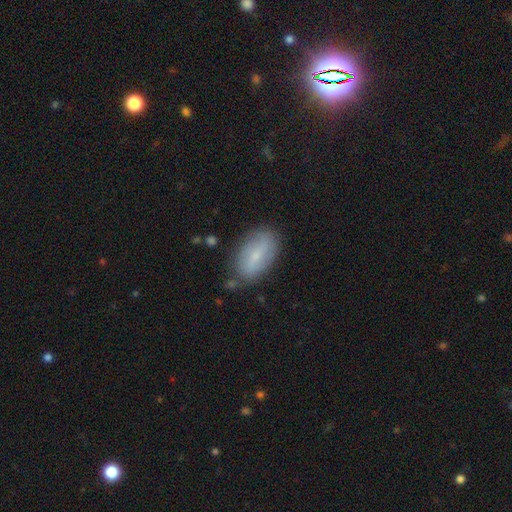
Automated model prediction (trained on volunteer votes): A smooth galaxy with no disk features (64%) that is in between round and cigar-shaped (92%).

Vote fractions:
- Smooth or featured? smooth: 64% / featured or disk: 28% / star or artifact: 7%
- How rounded? in between: 92% / cigar-shaped: 4% / round: 4%
- Merging? none: 76% / minor disturbance: 18% / major disturbance: 4% / merger: 3%